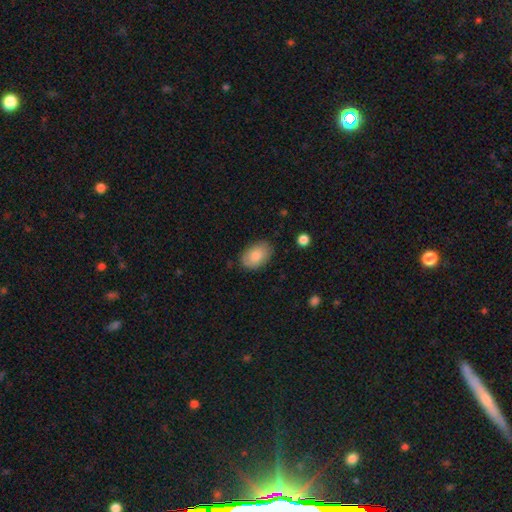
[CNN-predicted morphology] The model was most divided on "merging": none: 81%, minor disturbance: 15%, major disturbance: 3%, merger: 1%. More confident: how rounded — in between (89%); smooth or featured — smooth (83%).